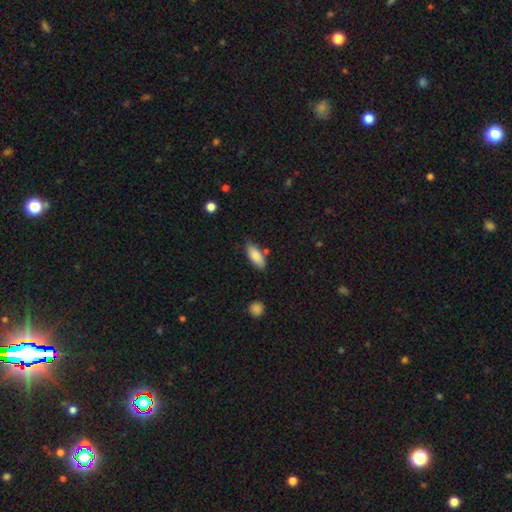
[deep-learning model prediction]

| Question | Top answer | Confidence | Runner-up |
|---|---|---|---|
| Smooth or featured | smooth | 85% | featured or disk (8%) |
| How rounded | in between | 82% | cigar-shaped (16%) |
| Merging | none | 78% | minor disturbance (14%) |